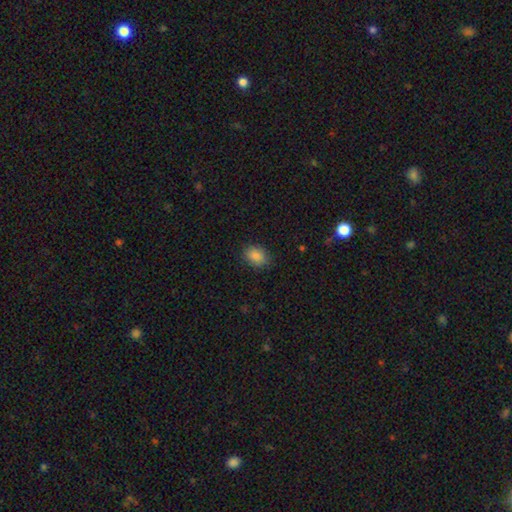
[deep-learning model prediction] smooth 87%, star or artifact 9%, featured or disk 4%. Down the decision tree: how rounded — in between (72%); merging — none (85%).